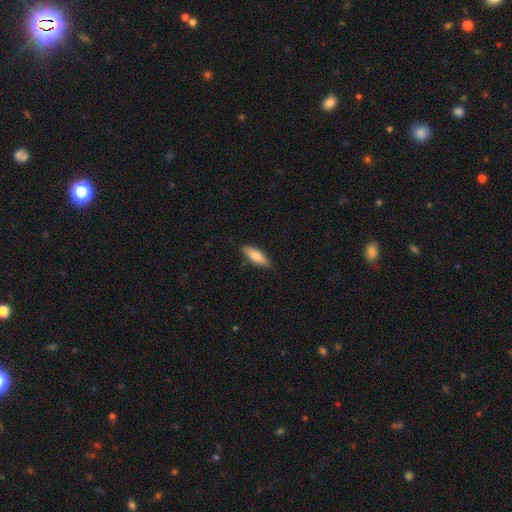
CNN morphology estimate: A smooth galaxy with no disk features (73%) that is in between round and cigar-shaped (55%).

Vote fractions:
- Smooth or featured? smooth: 73% / featured or disk: 21% / star or artifact: 6%
- How rounded? in between: 55% / cigar-shaped: 43% / round: 2%
- Merging? none: 85% / minor disturbance: 12% / major disturbance: 2% / merger: 1%